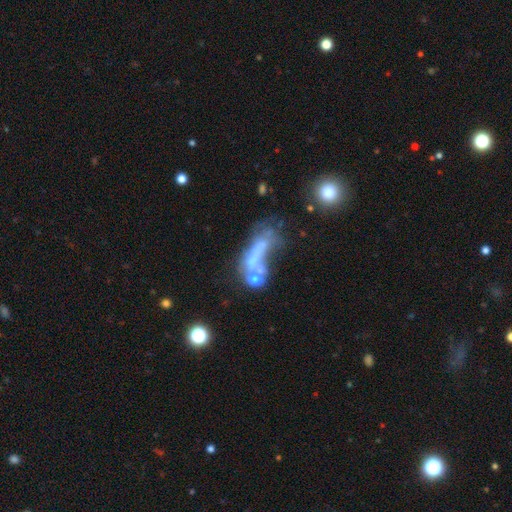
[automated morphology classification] This is possibly a featured or disk galaxy (46%). Merging: marginally merger (39%).